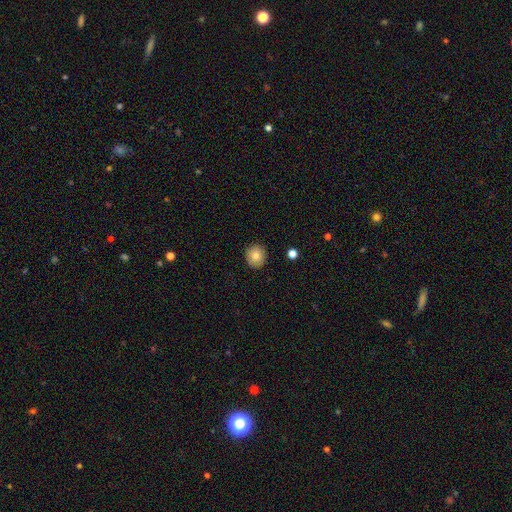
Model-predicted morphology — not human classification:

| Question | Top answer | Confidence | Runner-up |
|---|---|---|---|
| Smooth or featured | smooth | 81% | star or artifact (9%) |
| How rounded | round | 88% | in between (11%) |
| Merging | none | 91% | minor disturbance (6%) |